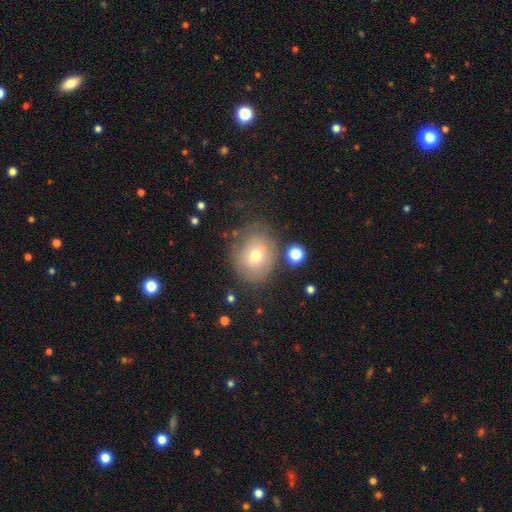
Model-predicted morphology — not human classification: A smooth galaxy with no disk features (67%) that is round (72%). Merging: none (68%).